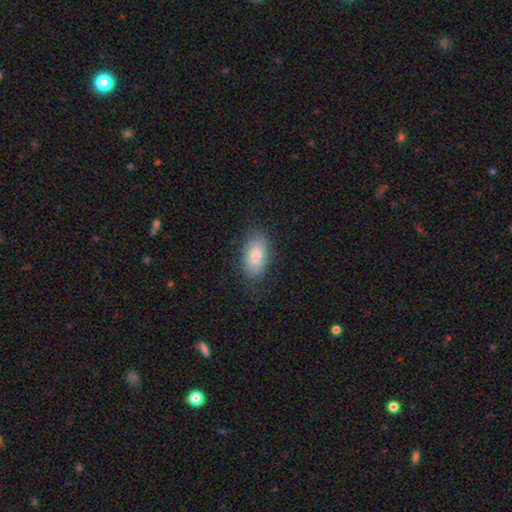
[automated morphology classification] Overall: smooth (78%). How rounded: in between (92%). Merging: none (78%).